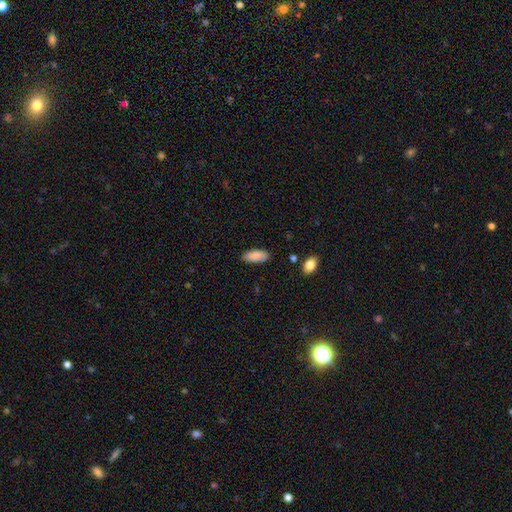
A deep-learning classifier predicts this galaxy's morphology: Smooth or featured?
  - smooth: 89% *
  - star or artifact: 6%
  - featured or disk: 5%
How rounded?
  - in between: 82% *
  - cigar-shaped: 16%
  - round: 2%
Merging?
  - none: 87% *
  - minor disturbance: 10%
  - major disturbance: 2%
  - merger: 1%